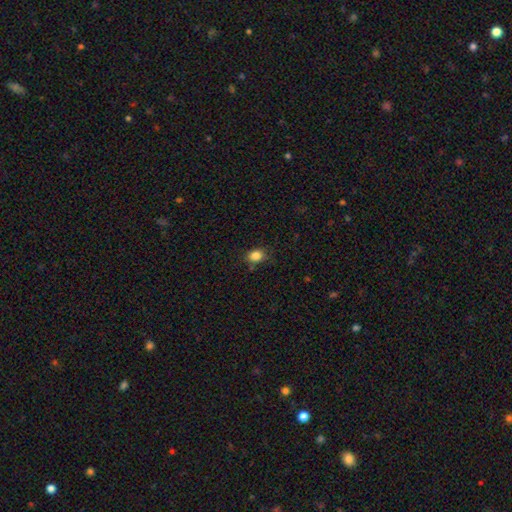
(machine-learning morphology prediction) A smooth galaxy with no disk features (84%) that is in between round and cigar-shaped (52%). Merging: none (80%).